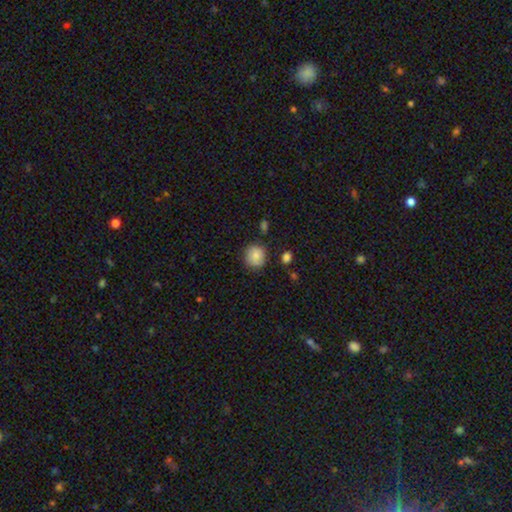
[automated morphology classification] type=smooth (83%); roundness=round (87%); merging=none (80%).